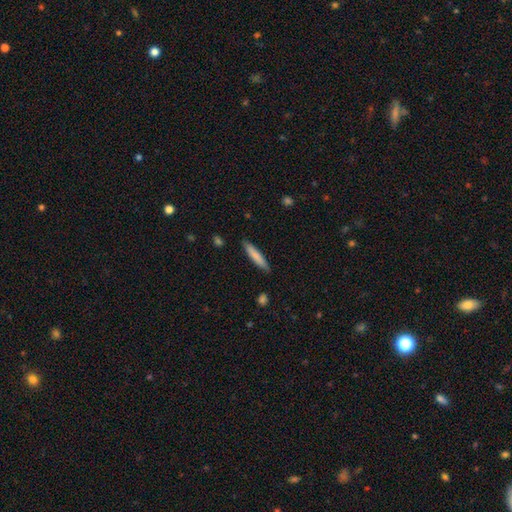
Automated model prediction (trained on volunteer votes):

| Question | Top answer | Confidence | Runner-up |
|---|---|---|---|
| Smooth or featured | smooth | 79% | featured or disk (16%) |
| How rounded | cigar-shaped | 88% | in between (10%) |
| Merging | none | 87% | minor disturbance (10%) |